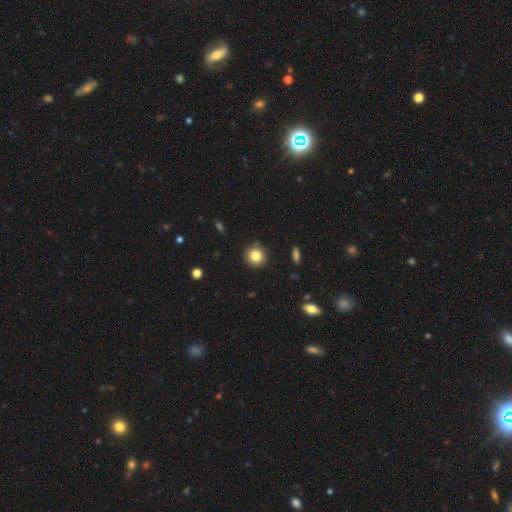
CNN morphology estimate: Smooth or featured: smooth — 82% (star or artifact — 11%)
How rounded: round — 93% (in between — 6%)
Merging: none — 89% (minor disturbance — 7%)